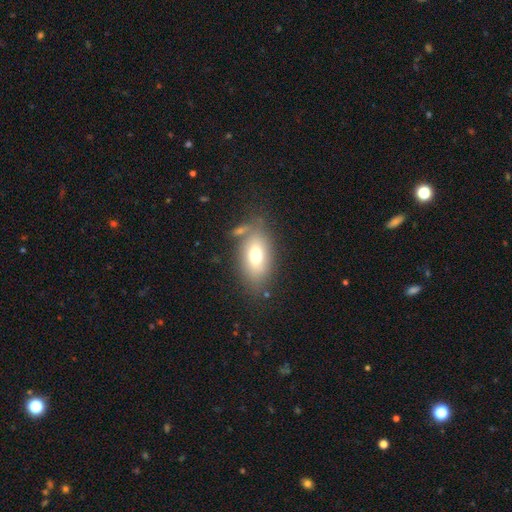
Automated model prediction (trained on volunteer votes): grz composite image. It shows a smooth galaxy with no disk features (69%) that is in between round and cigar-shaped (86%). Merging: none (67%).